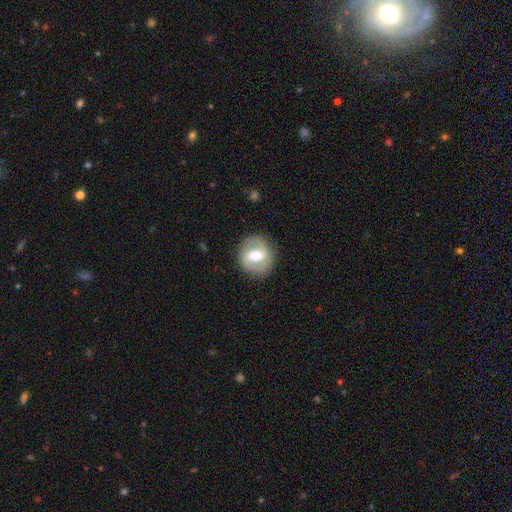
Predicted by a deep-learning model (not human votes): featured or disk 62%, smooth 33%, star or artifact 6%. Down the decision tree: edge-on disk — no (95%); bar — weak (42%, tied with strong); spiral arms — yes (63%); bulge size — moderate (69%); merging — none (86%).